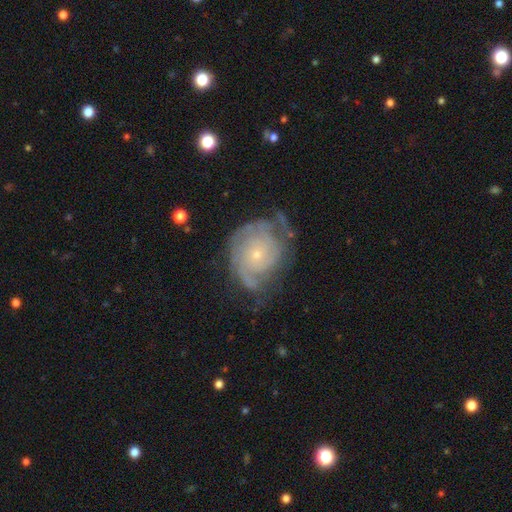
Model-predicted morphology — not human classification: featured or disk 77%, smooth 13%, star or artifact 10%. Down the decision tree: edge-on disk — no (97%); bar — no (81%); spiral arms — yes (90%); spiral arm count — can't tell (39%); spiral winding — tight (69%); bulge size — small (73%); merging — none (62%).